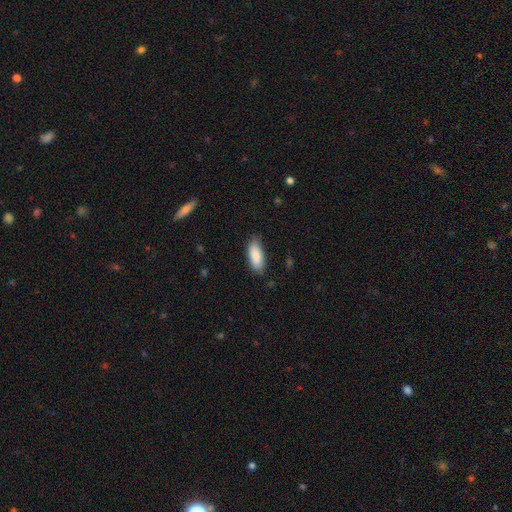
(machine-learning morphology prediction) Smooth or featured? smooth (87%)
How rounded? in between (81%)
Merging? none (79%)